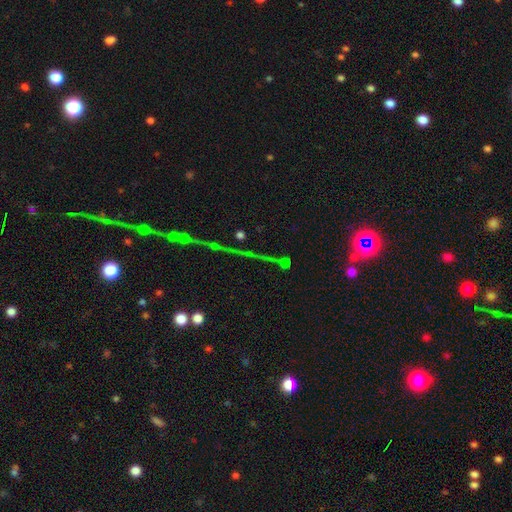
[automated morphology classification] type=star or artifact (72%).